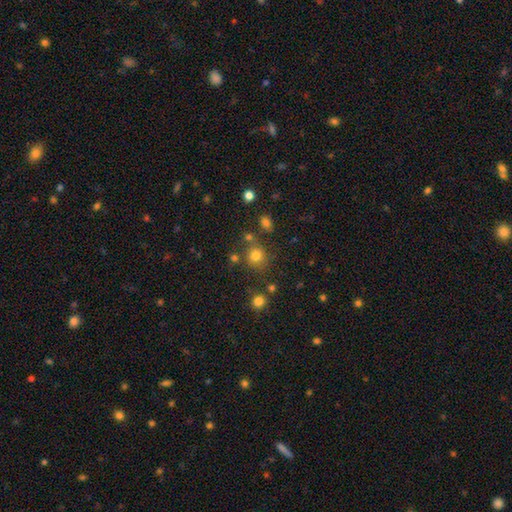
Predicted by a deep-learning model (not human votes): A smooth galaxy with no disk features (76%) that is round (86%).

Vote fractions:
- Smooth or featured? smooth: 76% / star or artifact: 17% / featured or disk: 7%
- How rounded? round: 86% / in between: 13% / cigar-shaped: 1%
- Merging? none: 74% / minor disturbance: 11% / merger: 10% / major disturbance: 5%